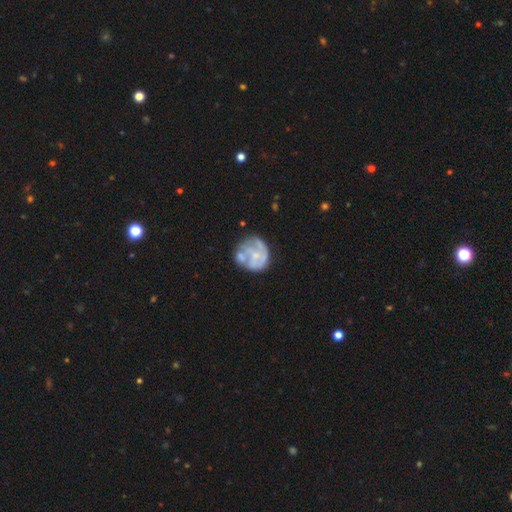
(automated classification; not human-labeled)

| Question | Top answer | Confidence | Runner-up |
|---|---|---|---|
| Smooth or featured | featured or disk | 66% | smooth (28%) |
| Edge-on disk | no | 98% | yes (2%) |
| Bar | no | 75% | weak (21%) |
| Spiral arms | yes | 62% | no (38%) |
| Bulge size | small | 51% | moderate (26%) |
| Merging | none | 50% | minor disturbance (21%) |